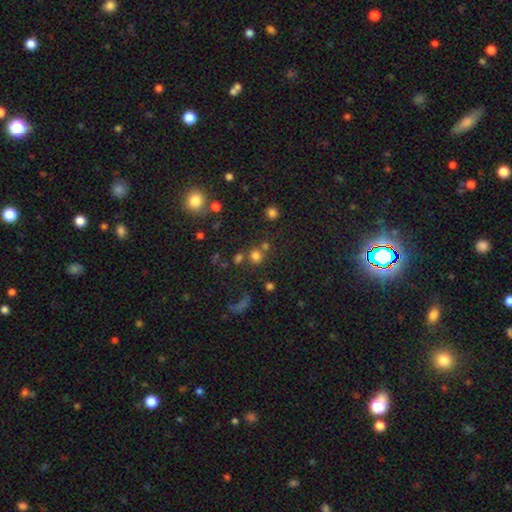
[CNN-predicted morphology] Smooth or featured? smooth (70%)
How rounded? round (86%)
Merging? none (62%)